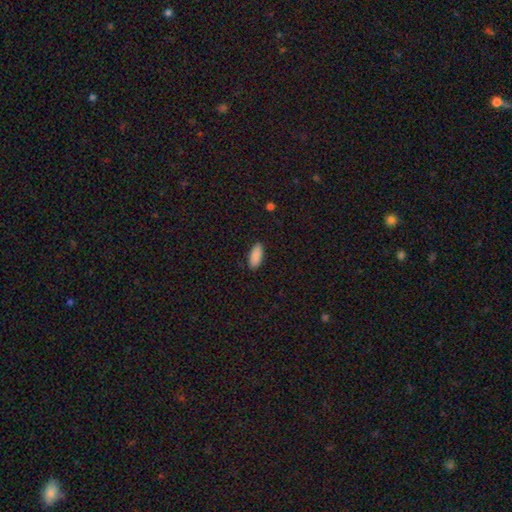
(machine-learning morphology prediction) type=smooth (90%); roundness=in between (85%); merging=none (89%).